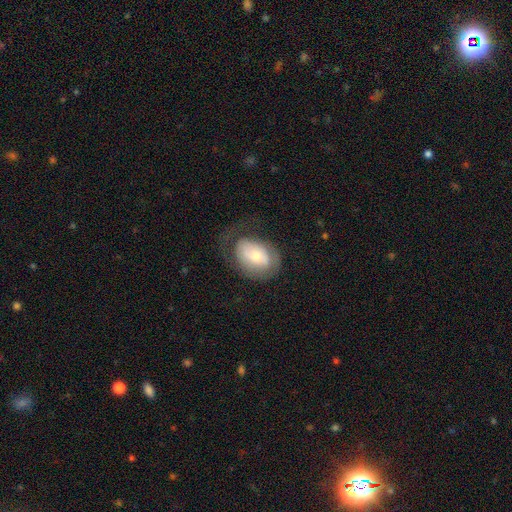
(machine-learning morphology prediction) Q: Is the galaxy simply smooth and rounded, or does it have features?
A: smooth — 50%.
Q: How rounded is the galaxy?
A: in between — 73%.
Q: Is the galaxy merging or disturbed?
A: none — 46%.